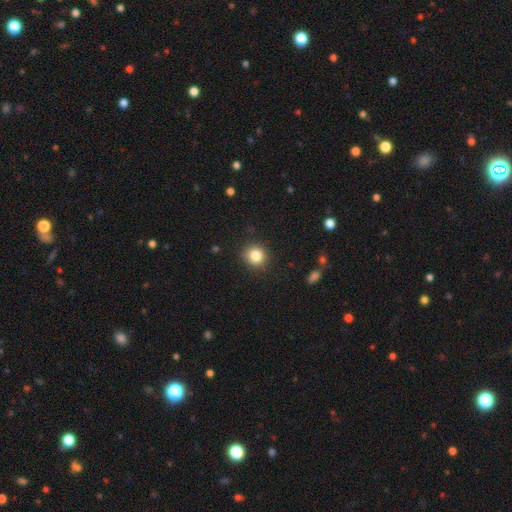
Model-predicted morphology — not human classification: Smooth or featured? Predicted: smooth (p=0.84). How rounded? Predicted: round (p=0.86). Merging? Predicted: none (p=0.88).